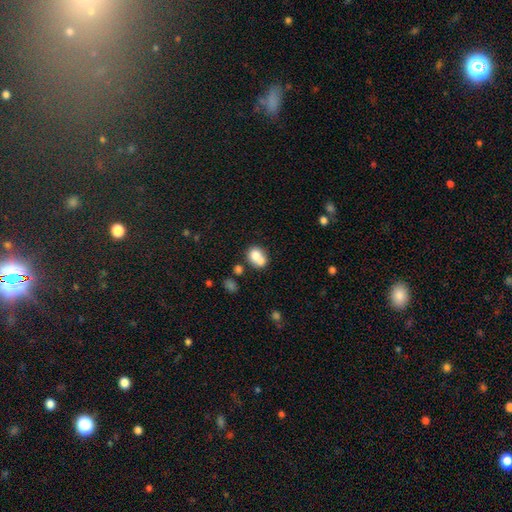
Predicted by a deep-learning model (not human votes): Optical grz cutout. It shows a smooth galaxy with no disk features (73%) that is in between round and cigar-shaped (52%). Merging: merger (49%).